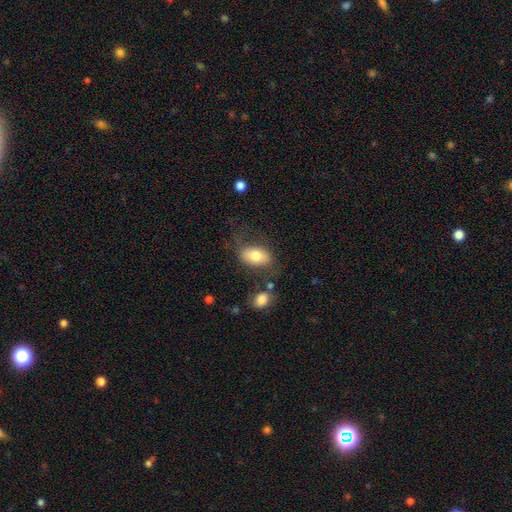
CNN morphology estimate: The model was most divided on "merging": none: 63%, minor disturbance: 19%, major disturbance: 11%, merger: 7%. More confident: how rounded — in between (90%); smooth or featured — smooth (72%).